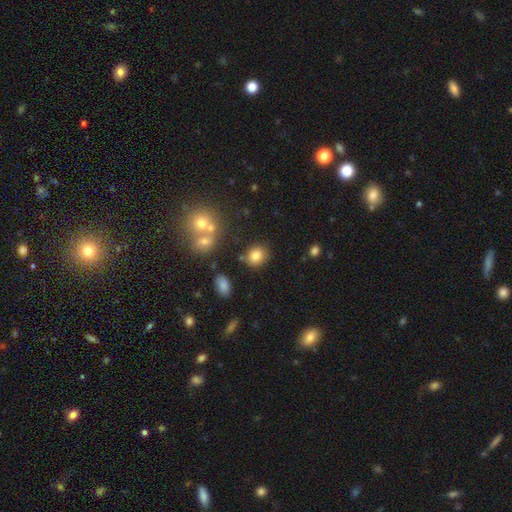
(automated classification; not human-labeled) A smooth galaxy with no disk features (82%) that is round (74%).

Vote fractions:
- Smooth or featured? smooth: 82% / star or artifact: 11% / featured or disk: 7%
- How rounded? round: 74% / in between: 25% / cigar-shaped: 1%
- Merging? none: 81% / minor disturbance: 10% / merger: 6% / major disturbance: 3%